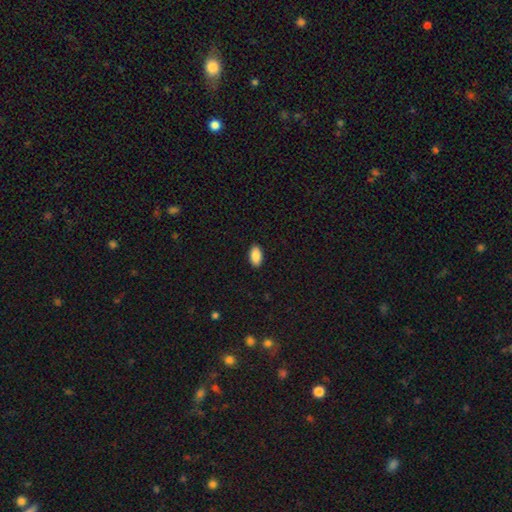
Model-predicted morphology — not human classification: The model was most divided on "smooth or featured": smooth: 89%, star or artifact: 7%, featured or disk: 4%. More confident: how rounded — in between (94%); merging — none (90%).